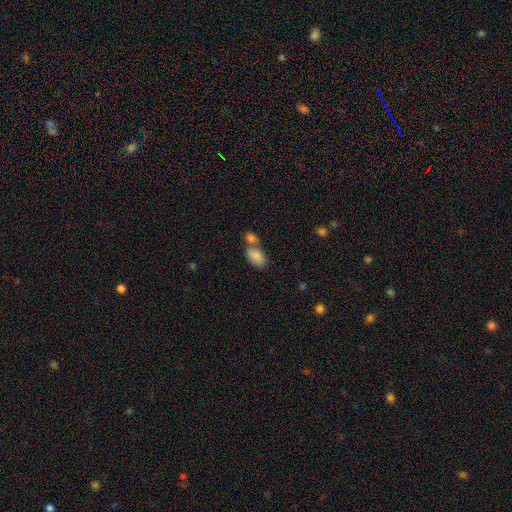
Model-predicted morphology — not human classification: smooth_or_featured: smooth (p=0.85) [alt: featured or disk p=0.07]
how_rounded: in between (p=0.92) [alt: round p=0.06]
merging: merger (p=0.48) [alt: none p=0.38]